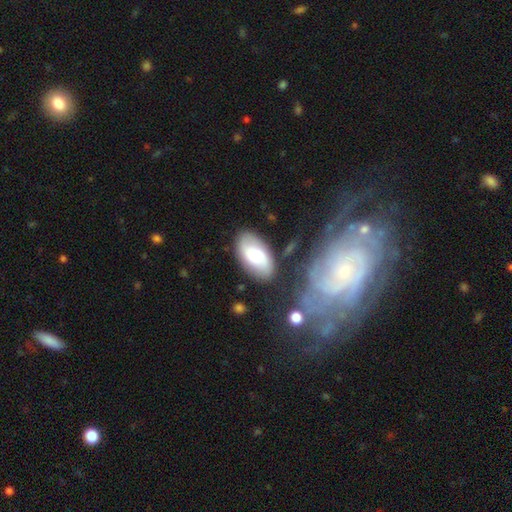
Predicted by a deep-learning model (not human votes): Smooth or featured?
  - smooth: 66% *
  - featured or disk: 27%
  - star or artifact: 7%
How rounded?
  - in between: 93% *
  - round: 4%
  - cigar-shaped: 3%
Merging?
  - none: 75% *
  - minor disturbance: 15%
  - merger: 5%
  - major disturbance: 5%